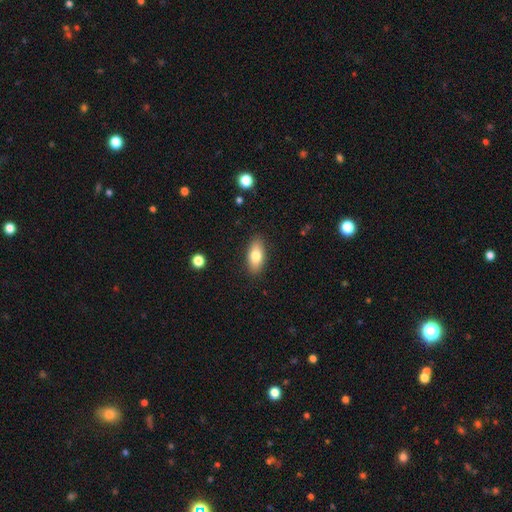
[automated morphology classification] smooth_or_featured: smooth (p=0.78) [alt: featured or disk p=0.15]
how_rounded: in between (p=0.87) [alt: cigar-shaped p=0.09]
merging: none (p=0.87) [alt: minor disturbance p=0.09]